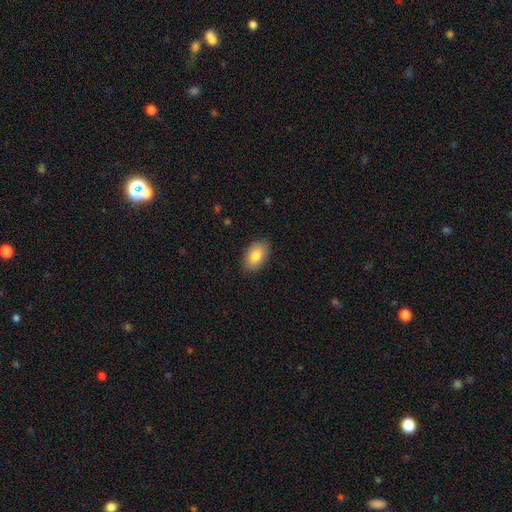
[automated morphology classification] Smooth or featured: smooth — 84% (featured or disk — 10%)
How rounded: in between — 93% (round — 6%)
Merging: none — 87% (minor disturbance — 10%)